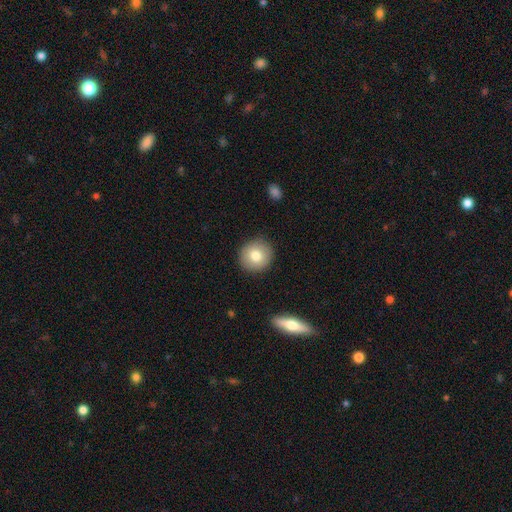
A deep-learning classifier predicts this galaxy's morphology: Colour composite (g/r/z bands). It shows a smooth galaxy with no disk features (78%) that is round (91%). Merging: none (89%).